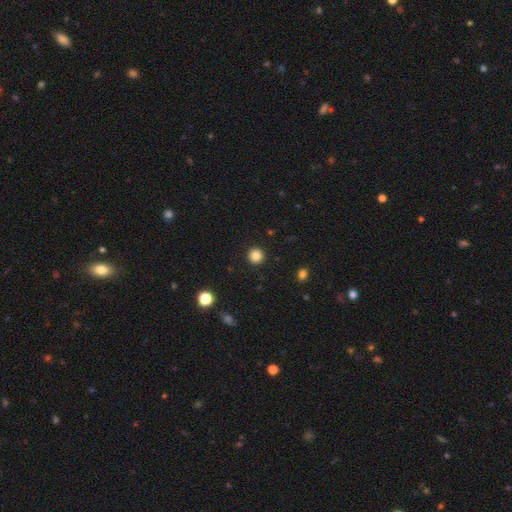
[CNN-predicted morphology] Smooth or featured?
  - smooth: 85% *
  - star or artifact: 11%
  - featured or disk: 3%
How rounded?
  - round: 95% *
  - in between: 4%
  - cigar-shaped: 1%
Merging?
  - none: 93% *
  - minor disturbance: 4%
  - major disturbance: 2%
  - merger: 1%